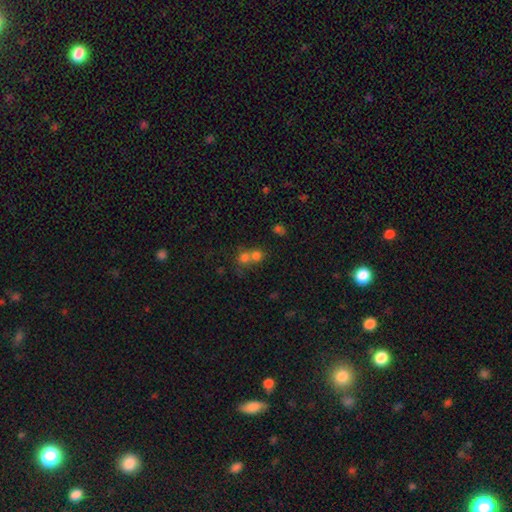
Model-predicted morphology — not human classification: A smooth galaxy with no disk features (71%) that is round (79%). Merging: merger (57%).